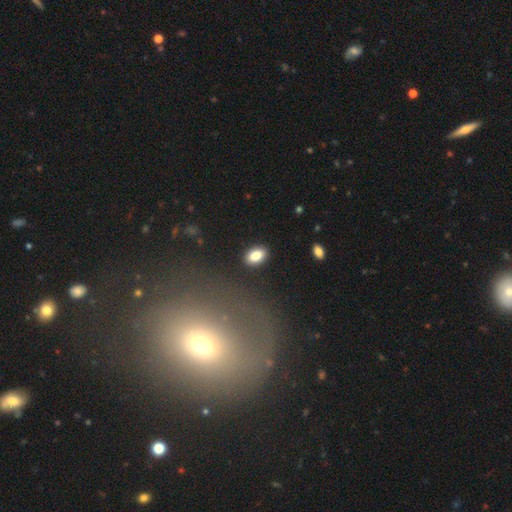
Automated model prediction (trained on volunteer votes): Smooth or featured? Predicted: smooth (p=0.84). How rounded? Predicted: in between (p=0.89). Merging? Predicted: none (p=0.89).